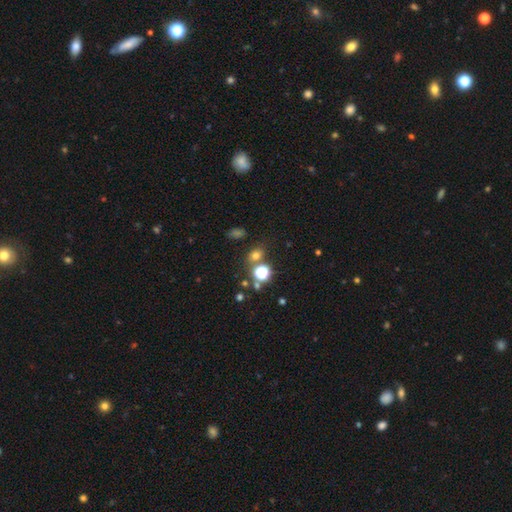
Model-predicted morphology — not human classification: Overall: smooth (65%; star or artifact 28%). How rounded: round (63%; in between 36%). Merging: none (72%).